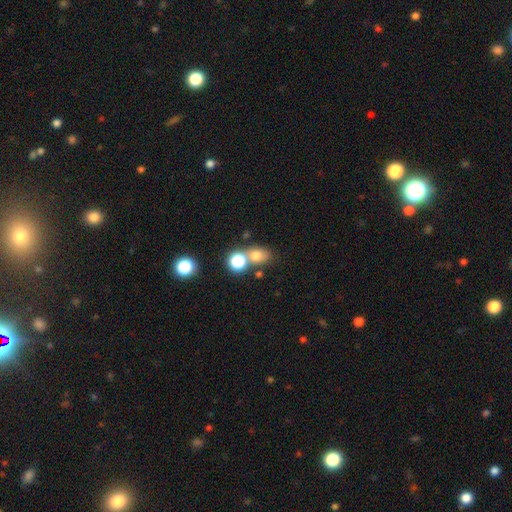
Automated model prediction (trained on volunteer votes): smooth_or_featured: smooth (p=0.72) [alt: star or artifact p=0.17]
how_rounded: round (p=0.51) [alt: in between p=0.48]
merging: none (p=0.50) [alt: merger p=0.35]